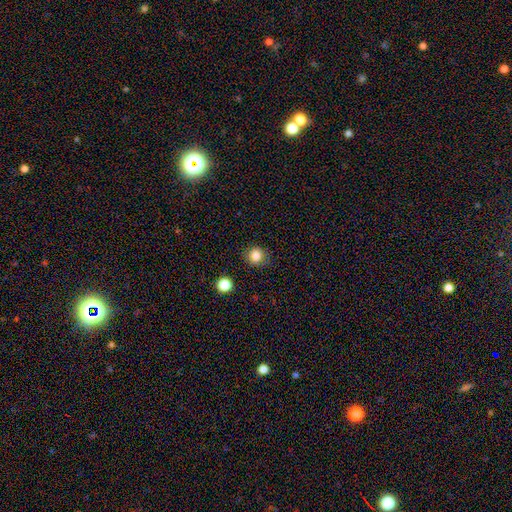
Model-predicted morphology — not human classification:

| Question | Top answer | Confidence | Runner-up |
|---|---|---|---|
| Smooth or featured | smooth | 83% | star or artifact (11%) |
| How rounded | round | 88% | in between (11%) |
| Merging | none | 86% | minor disturbance (10%) |